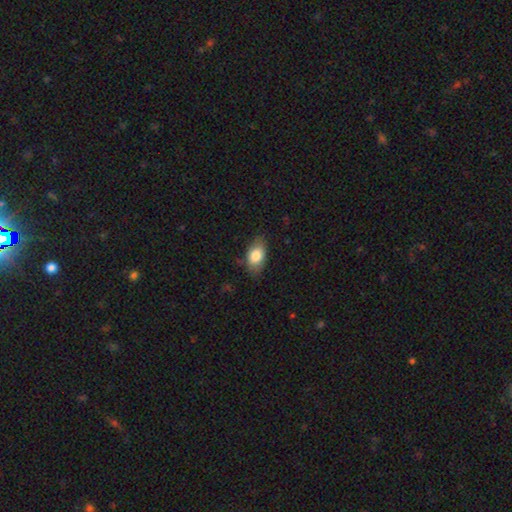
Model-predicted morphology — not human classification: smooth 81%, featured or disk 12%, star or artifact 7%. Down the decision tree: how rounded — in between (90%); merging — none (76%).